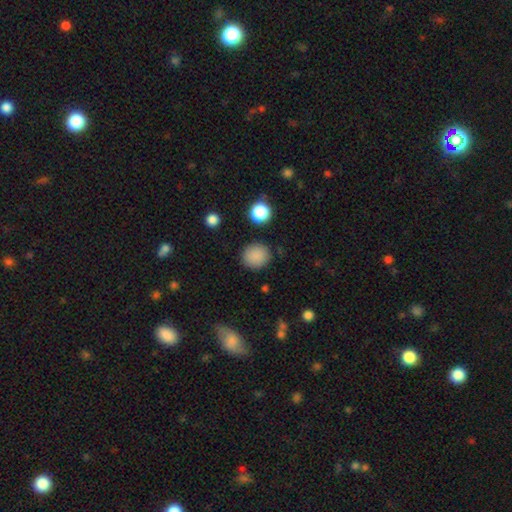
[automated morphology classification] smooth-or-featured: smooth: 86% | star or artifact: 10% | featured or disk: 4%
  how-rounded: round: 87% | in between: 12% | cigar-shaped: 1%
  merging: none: 87% | minor disturbance: 9% | major disturbance: 3% | merger: 2%